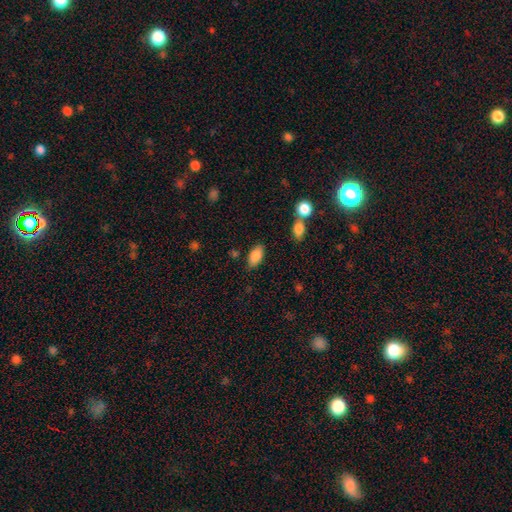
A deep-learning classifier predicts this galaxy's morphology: Smooth or featured? Predicted: smooth (p=0.87). How rounded? Predicted: in between (p=0.92). Merging? Predicted: none (p=0.80).